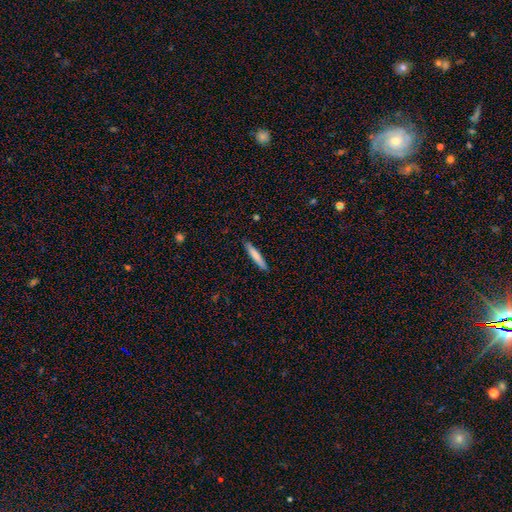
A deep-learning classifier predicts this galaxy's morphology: This is likely a smooth galaxy (78%). How rounded: clearly cigar-shaped (93%). Merging: clearly none (89%).